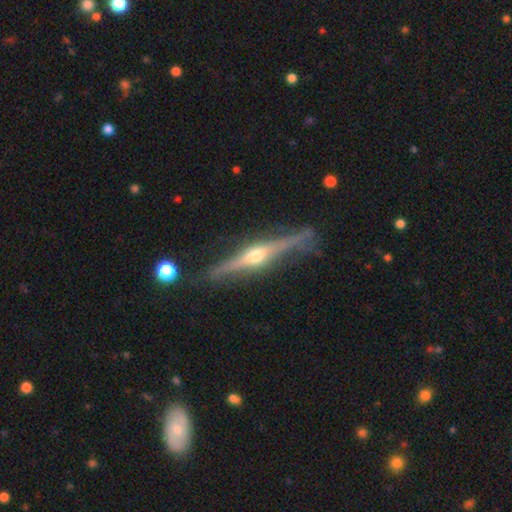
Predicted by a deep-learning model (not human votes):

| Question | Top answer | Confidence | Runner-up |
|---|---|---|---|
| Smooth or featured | featured or disk | 81% | smooth (13%) |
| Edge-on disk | yes | 96% | no (4%) |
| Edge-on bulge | rounded | 91% | boxy (5%) |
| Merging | none | 79% | minor disturbance (15%) |